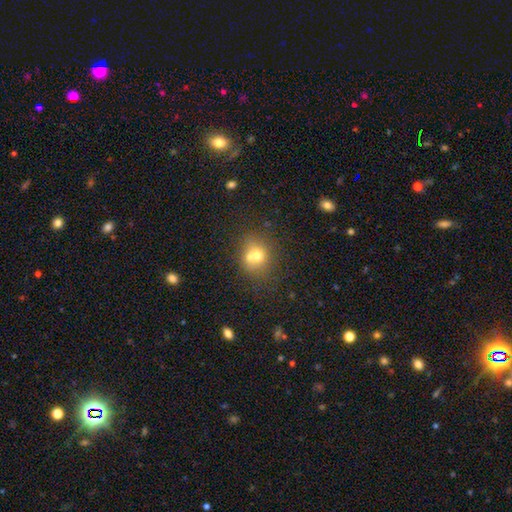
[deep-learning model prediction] Smooth or featured?
  - smooth: 65% *
  - featured or disk: 21%
  - star or artifact: 13%
How rounded?
  - round: 77% *
  - in between: 22%
  - cigar-shaped: 1%
Merging?
  - merger: 45% *
  - none: 42%
  - minor disturbance: 9%
  - major disturbance: 4%